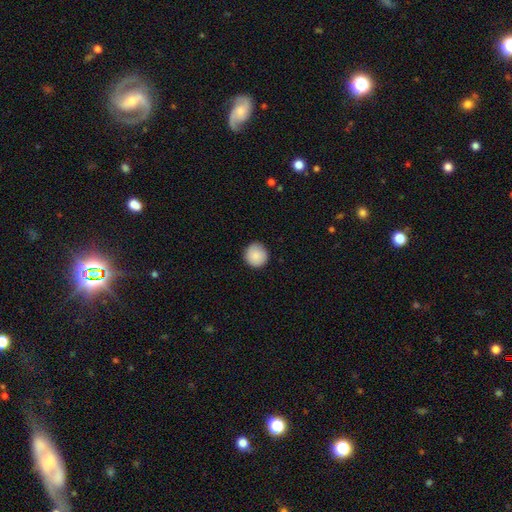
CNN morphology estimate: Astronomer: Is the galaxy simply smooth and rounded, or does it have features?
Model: smooth — 88%.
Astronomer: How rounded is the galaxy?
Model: round — 95%.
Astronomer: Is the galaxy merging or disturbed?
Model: none — 90%.